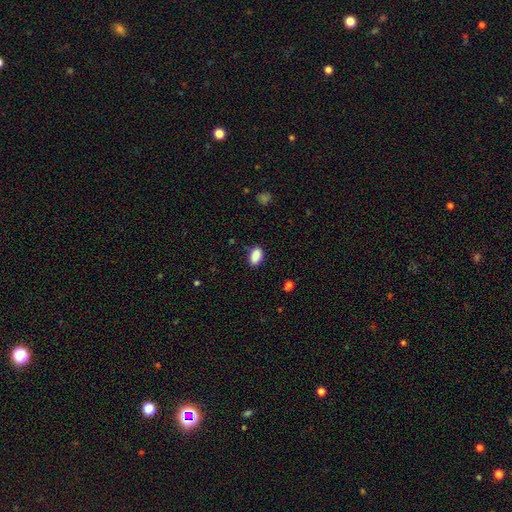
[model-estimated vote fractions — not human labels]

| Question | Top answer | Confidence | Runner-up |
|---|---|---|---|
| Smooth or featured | smooth | 89% | star or artifact (8%) |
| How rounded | in between | 91% | round (7%) |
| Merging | none | 83% | minor disturbance (13%) |